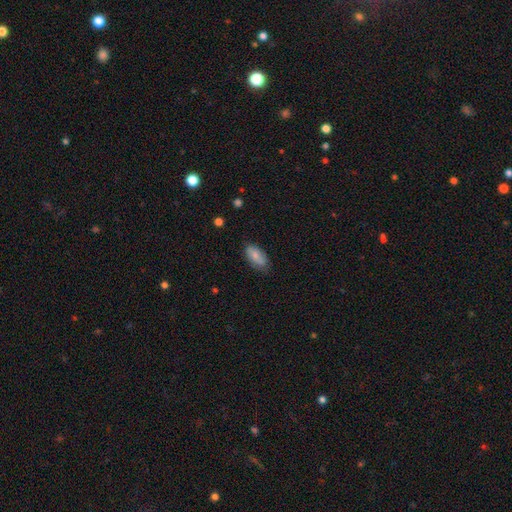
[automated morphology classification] A smooth galaxy with no disk features (78%) that is in between round and cigar-shaped (91%). Merging: none (76%).